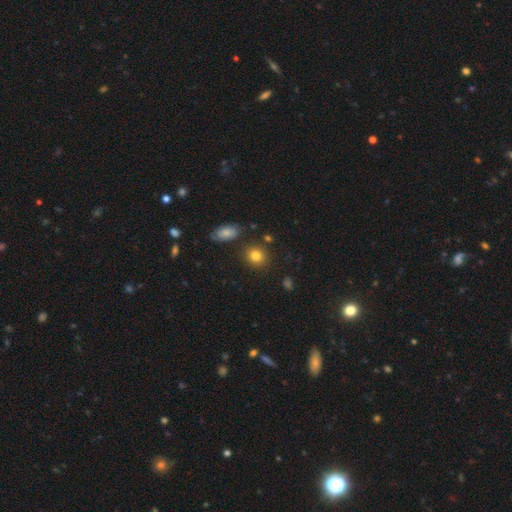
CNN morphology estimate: This is clearly a smooth galaxy (83%). How rounded: likely round (77%). Merging: clearly none (84%).